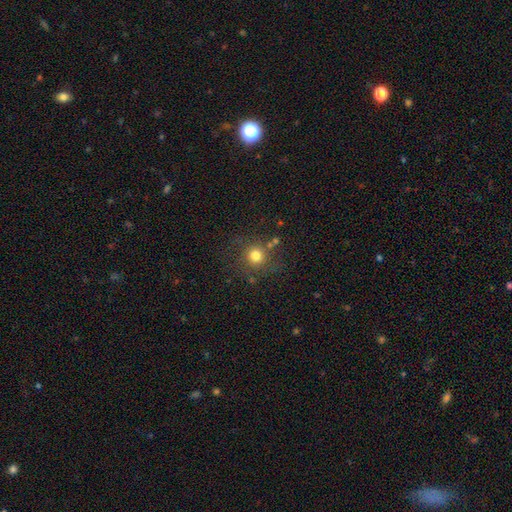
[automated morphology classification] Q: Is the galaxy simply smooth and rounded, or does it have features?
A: smooth — 77%.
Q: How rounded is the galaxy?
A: round — 92%.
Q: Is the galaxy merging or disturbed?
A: none — 76%.